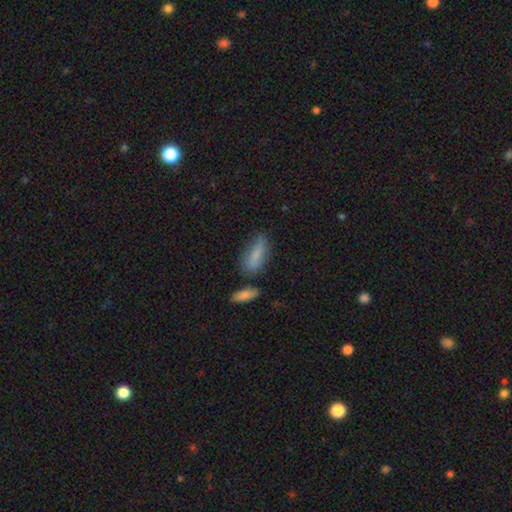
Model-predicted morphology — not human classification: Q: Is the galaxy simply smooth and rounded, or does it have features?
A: smooth — 79%.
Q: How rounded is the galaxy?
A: in between — 61%.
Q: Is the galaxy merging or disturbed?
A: none — 55%.